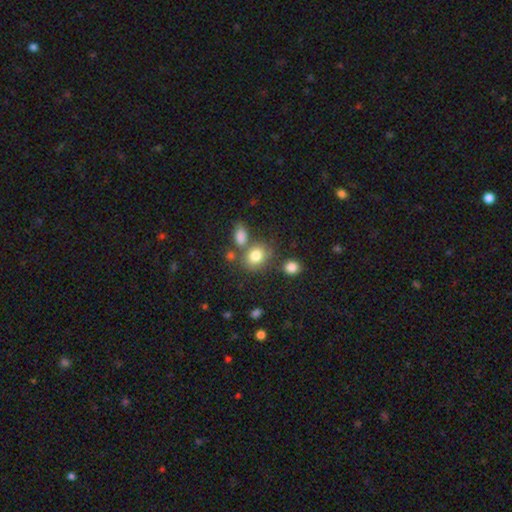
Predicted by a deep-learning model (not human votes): smooth_or_featured: smooth (p=0.80) [alt: star or artifact p=0.11]
how_rounded: round (p=0.55) [alt: in between p=0.44]
merging: none (p=0.60) [alt: merger p=0.20]